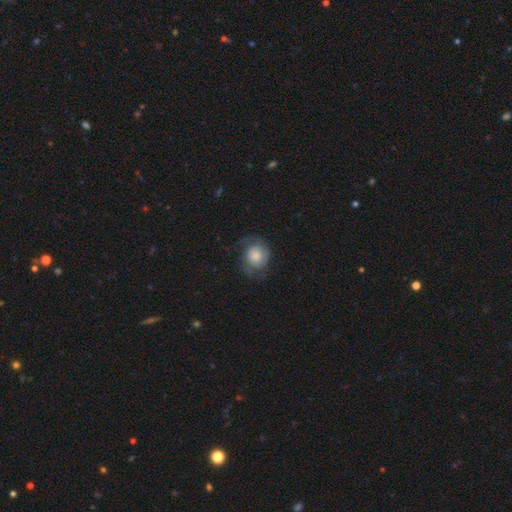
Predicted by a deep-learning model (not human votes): A smooth galaxy with no disk features (56%) that is round (76%).

Vote fractions:
- Smooth or featured? smooth: 56% / featured or disk: 37% / star or artifact: 7%
- How rounded? round: 76% / in between: 23% / cigar-shaped: 1%
- Merging? none: 57% / minor disturbance: 24% / major disturbance: 18% / merger: 1%